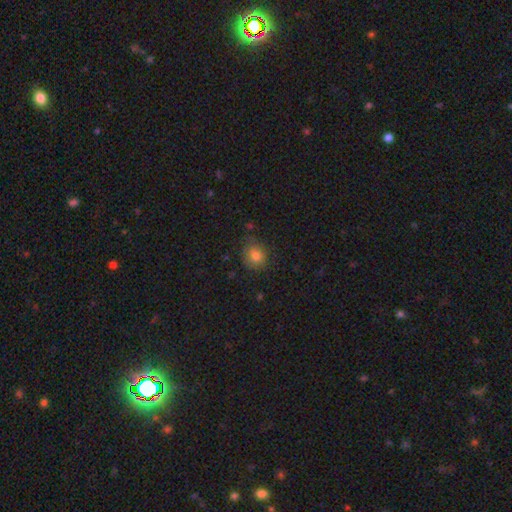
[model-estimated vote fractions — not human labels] smooth 78%, featured or disk 12%, star or artifact 11%. Down the decision tree: how rounded — round (71%); merging — none (67%).